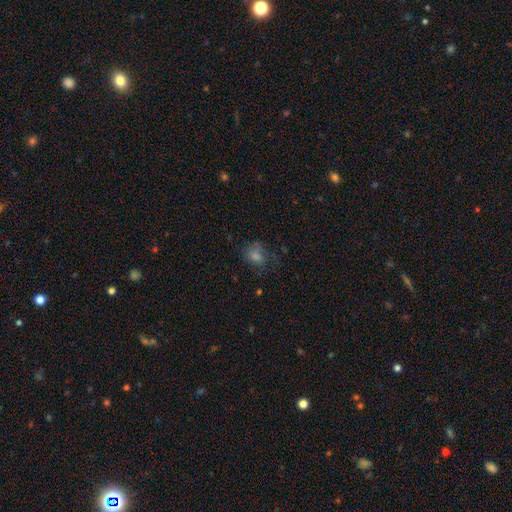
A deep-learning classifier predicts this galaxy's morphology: Smooth or featured? Predicted: smooth (p=0.57). How rounded? Predicted: round (p=0.55). Merging? Predicted: none (p=0.58).